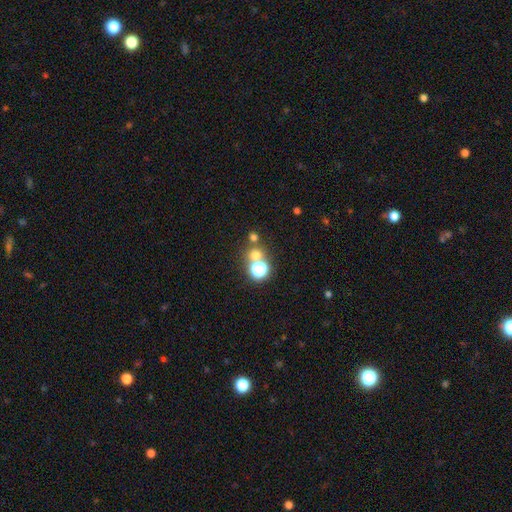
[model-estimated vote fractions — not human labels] smooth-or-featured: smooth: 61% | star or artifact: 30% | featured or disk: 9%
  how-rounded: round: 87% | in between: 12% | cigar-shaped: 1%
  merging: none: 62% | merger: 28% | minor disturbance: 7% | major disturbance: 4%